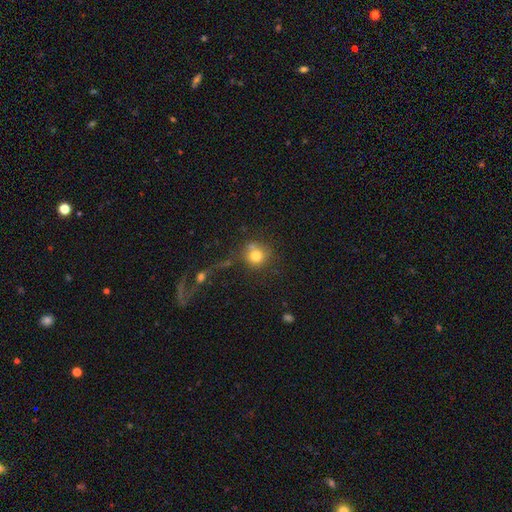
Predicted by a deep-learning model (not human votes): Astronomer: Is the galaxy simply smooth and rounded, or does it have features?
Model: smooth — 78%.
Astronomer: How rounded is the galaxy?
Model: round — 89%.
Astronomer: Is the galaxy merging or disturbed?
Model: none — 61%.